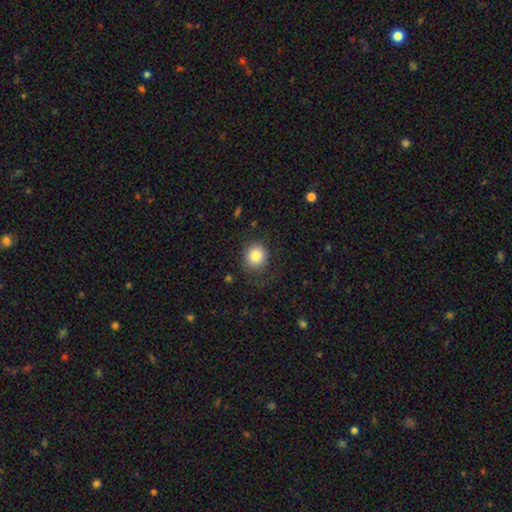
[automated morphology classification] A smooth galaxy with no disk features (82%) that is round (85%).

Vote fractions:
- Smooth or featured? smooth: 82% / star or artifact: 10% / featured or disk: 8%
- How rounded? round: 85% / in between: 15% / cigar-shaped: 1%
- Merging? none: 79% / minor disturbance: 13% / major disturbance: 6% / merger: 1%